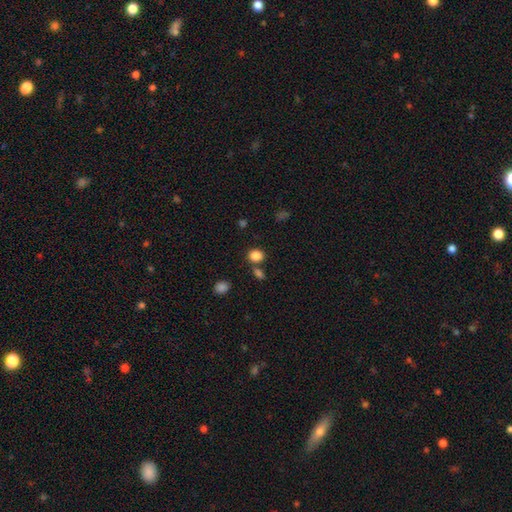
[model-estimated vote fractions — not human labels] A smooth galaxy with no disk features (85%) that is round (63%). Merging: none (71%).